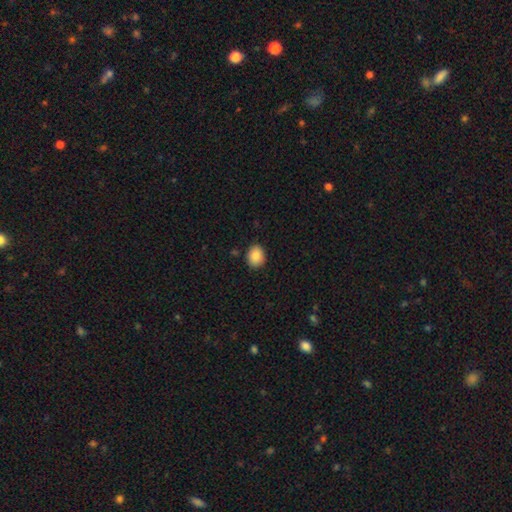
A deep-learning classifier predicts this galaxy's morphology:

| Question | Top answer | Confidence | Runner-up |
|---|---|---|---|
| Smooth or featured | smooth | 87% | star or artifact (8%) |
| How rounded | round | 52% | in between (47%) |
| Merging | none | 87% | minor disturbance (10%) |